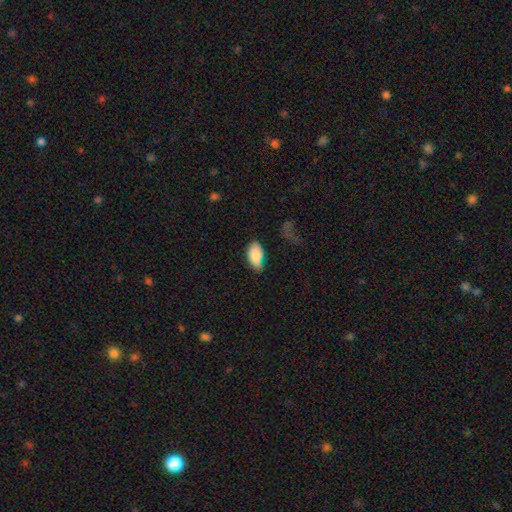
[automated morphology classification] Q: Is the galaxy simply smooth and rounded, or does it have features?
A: smooth — 82%.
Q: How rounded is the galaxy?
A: in between — 93%.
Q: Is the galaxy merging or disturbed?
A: none — 56%.